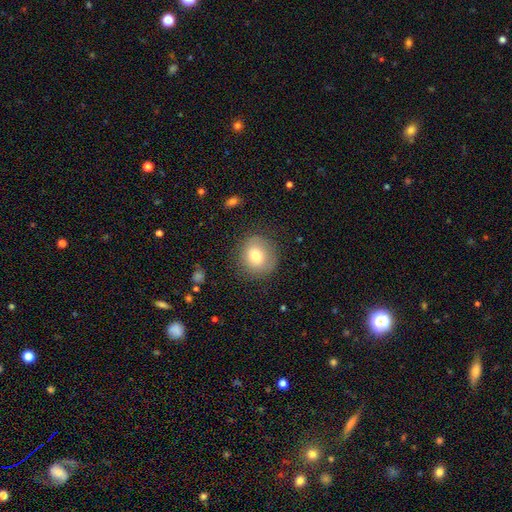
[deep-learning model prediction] smooth_or_featured: smooth (p=0.76) [alt: featured or disk p=0.15]
how_rounded: round (p=0.85) [alt: in between p=0.14]
merging: none (p=0.82) [alt: minor disturbance p=0.12]